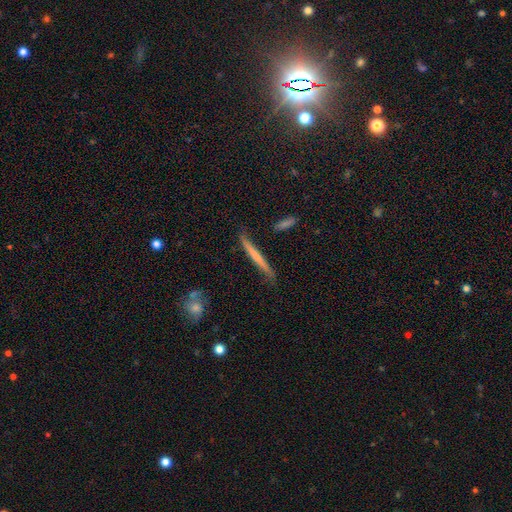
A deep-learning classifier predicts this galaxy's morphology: smooth-or-featured: smooth: 53% | featured or disk: 41% | star or artifact: 6%
  how-rounded: cigar-shaped: 96% | in between: 2% | round: 2%
  merging: none: 85% | minor disturbance: 11% | merger: 2% | major disturbance: 2%